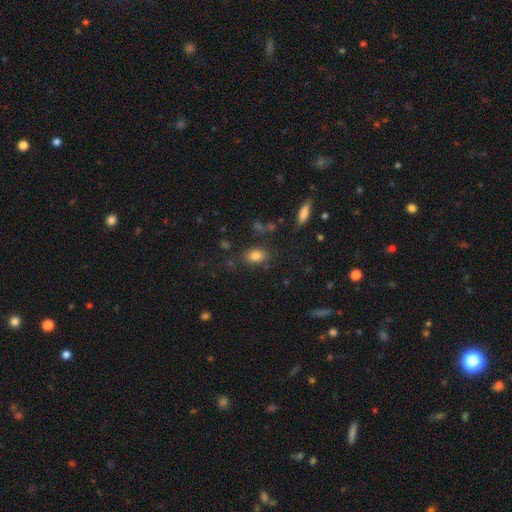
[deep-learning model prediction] Smooth or featured? Predicted: smooth (p=0.81). How rounded? Predicted: in between (p=0.83). Merging? Predicted: none (p=0.78).